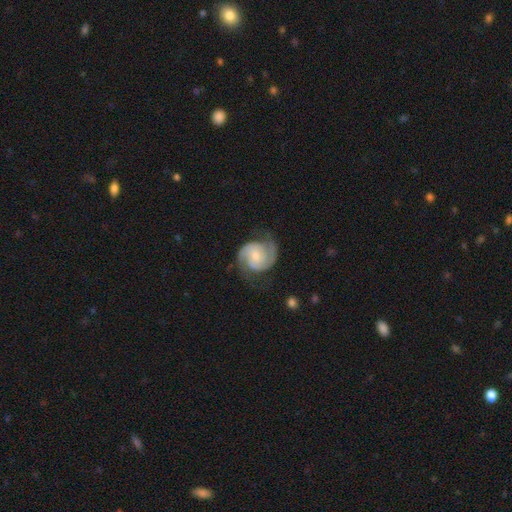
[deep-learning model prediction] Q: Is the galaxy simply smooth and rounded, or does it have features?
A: featured or disk — 85%.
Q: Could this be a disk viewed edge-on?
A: no — 98%.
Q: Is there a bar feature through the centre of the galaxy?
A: no — 50%.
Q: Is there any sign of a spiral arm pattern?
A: yes — 97%.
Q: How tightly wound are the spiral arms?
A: medium — 49%.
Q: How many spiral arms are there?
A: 2 — 91%.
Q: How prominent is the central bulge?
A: small — 49%.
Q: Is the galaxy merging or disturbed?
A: none — 74%.